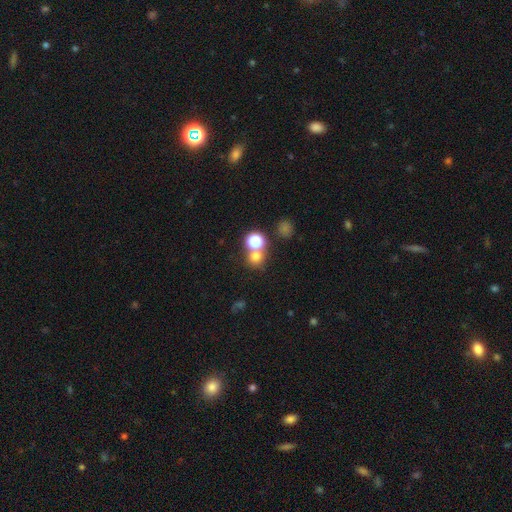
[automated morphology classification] This is likely a smooth galaxy (69%). How rounded: clearly round (86%). Merging: possibly none (57%).